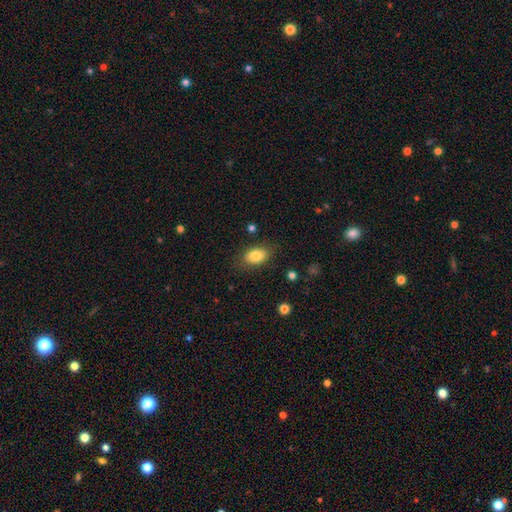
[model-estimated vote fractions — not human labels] Smooth or featured? smooth (82%)
How rounded? in between (87%)
Merging? none (81%)